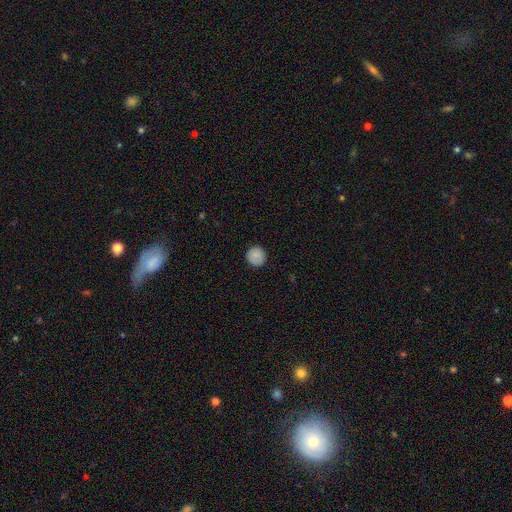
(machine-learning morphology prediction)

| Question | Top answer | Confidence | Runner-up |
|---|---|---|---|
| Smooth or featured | smooth | 88% | star or artifact (8%) |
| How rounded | round | 94% | in between (5%) |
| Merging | none | 90% | minor disturbance (7%) |